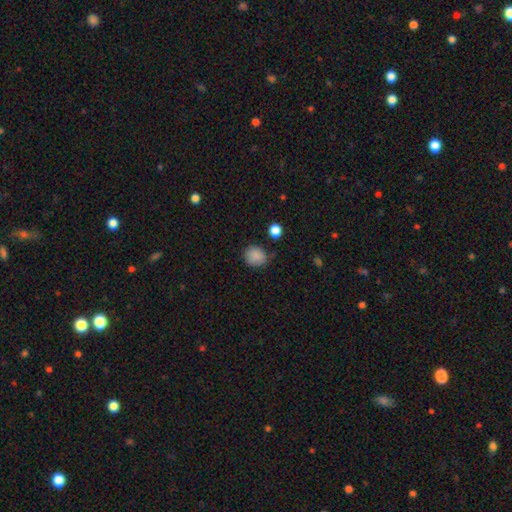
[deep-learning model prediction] smooth 86%, star or artifact 10%, featured or disk 4%. Down the decision tree: how rounded — round (77%); merging — none (75%).